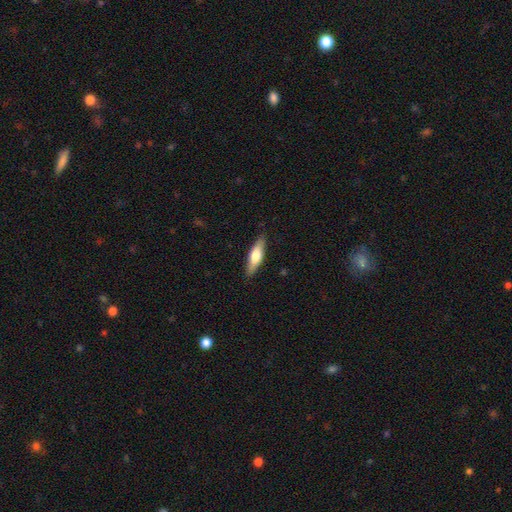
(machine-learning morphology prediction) This is likely a smooth galaxy (61%). How rounded: possibly cigar-shaped (59%). Merging: clearly none (87%).